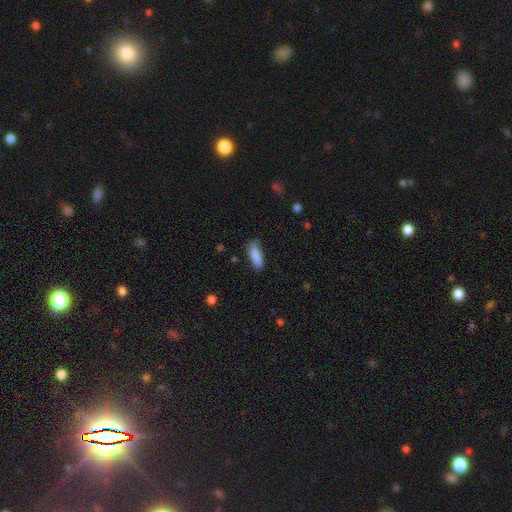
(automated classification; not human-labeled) This appears to be a smooth galaxy with no disk features (88%) that is in between round and cigar-shaped (62%). Merging: none (74%).